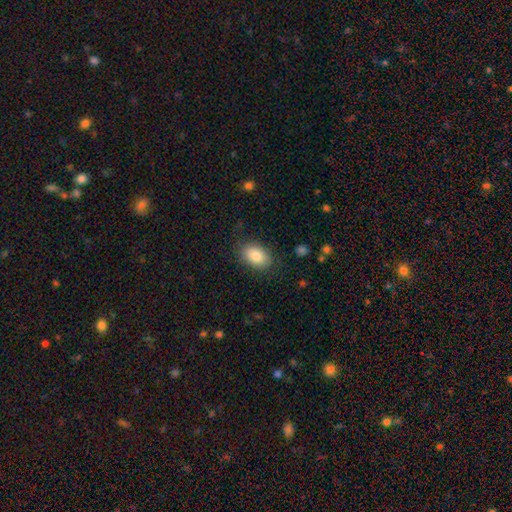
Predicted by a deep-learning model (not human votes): This appears to be a smooth galaxy with no disk features (85%) that is in between round and cigar-shaped (88%). Merging: none (84%).